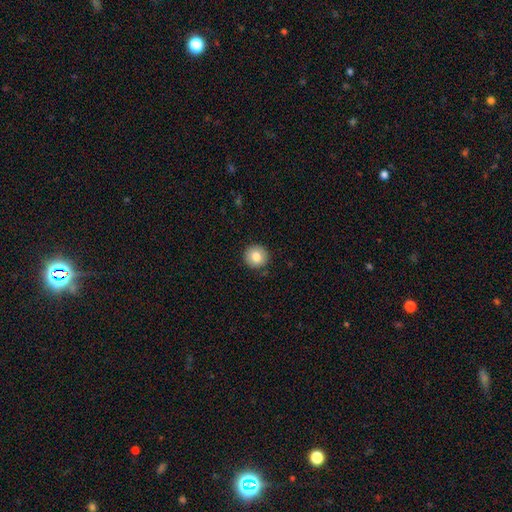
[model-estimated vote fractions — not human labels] This is clearly a smooth galaxy (82%). How rounded: clearly round (95%). Merging: clearly none (90%).